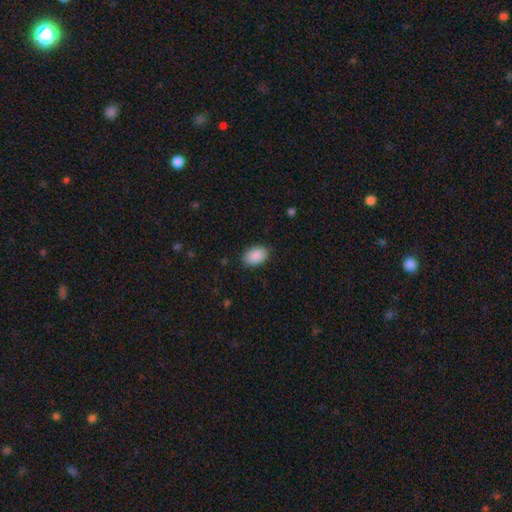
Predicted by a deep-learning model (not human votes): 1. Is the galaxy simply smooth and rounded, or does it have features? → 91% smooth, 6% star or artifact, 3% featured or disk.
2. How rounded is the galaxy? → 90% in between, 9% round, 1% cigar-shaped.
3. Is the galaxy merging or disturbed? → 86% none, 11% minor disturbance, 3% major disturbance, 1% merger.